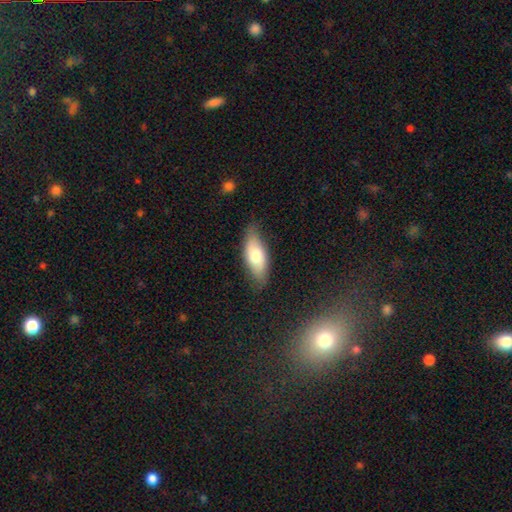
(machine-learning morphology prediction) smooth 69%, featured or disk 25%, star or artifact 6%. Down the decision tree: how rounded — in between (77%); merging — none (76%).